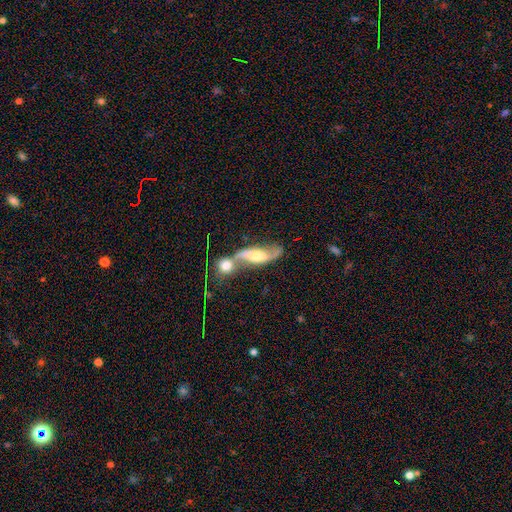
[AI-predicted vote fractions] Smooth or featured? Predicted: featured or disk (p=0.77). Edge-on disk? Predicted: no (p=0.83). Bar? Predicted: no (p=0.43). Spiral arms? Predicted: yes (p=0.91). Spiral winding? Predicted: loose (p=0.74). Spiral arm count? Predicted: 2 (p=0.90). Bulge size? Predicted: moderate (p=0.55). Merging? Predicted: merger (p=0.49).